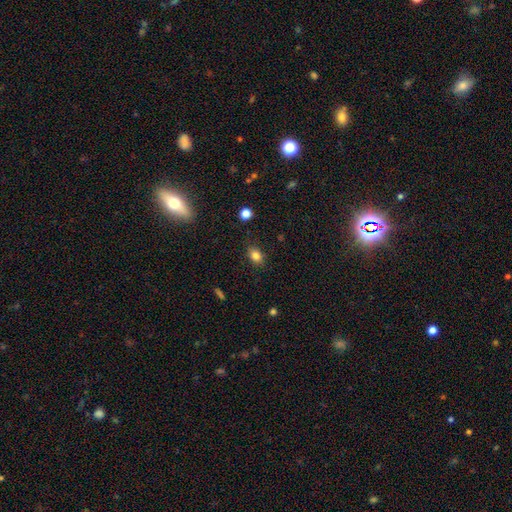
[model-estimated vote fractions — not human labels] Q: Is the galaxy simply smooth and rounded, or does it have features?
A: smooth — 82%.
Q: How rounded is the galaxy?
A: in between — 71%.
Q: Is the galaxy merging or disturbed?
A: none — 84%.